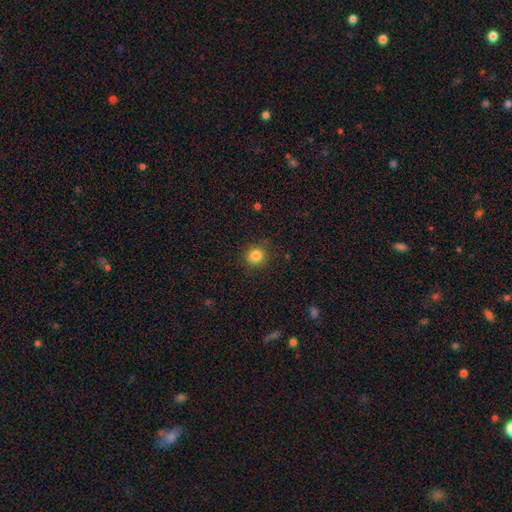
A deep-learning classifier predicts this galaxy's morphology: smooth 83%, star or artifact 12%, featured or disk 5%. Down the decision tree: how rounded — round (89%); merging — none (89%).